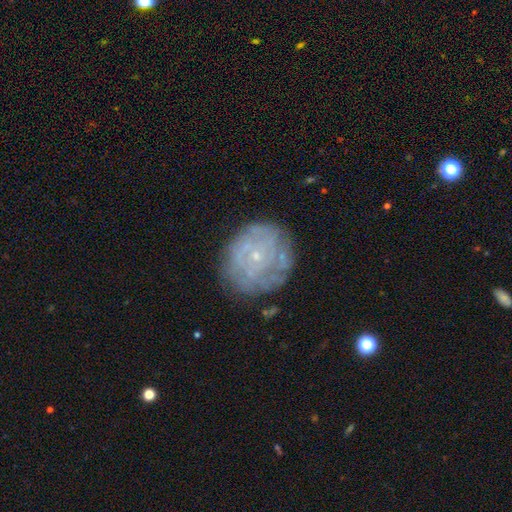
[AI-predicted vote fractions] Q: Smooth or featured?
A: featured or disk (63%); runner-up: smooth (26%)
Q: Edge-on disk?
A: no (97%); runner-up: yes (3%)
Q: Bar?
A: no (85%); runner-up: weak (12%)
Q: Spiral arms?
A: yes (61%); runner-up: no (39%)
Q: Bulge size?
A: small (85%); runner-up: moderate (9%)
Q: Merging?
A: none (76%); runner-up: minor disturbance (16%)